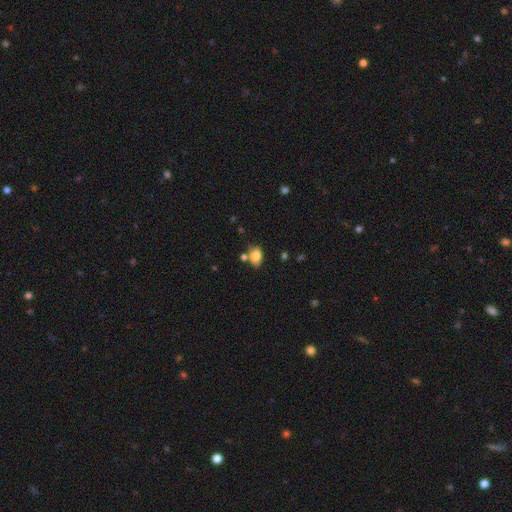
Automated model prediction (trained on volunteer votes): Smooth or featured?
  - smooth: 80% *
  - featured or disk: 10%
  - star or artifact: 10%
How rounded?
  - in between: 77% *
  - round: 21%
  - cigar-shaped: 1%
Merging?
  - none: 60% *
  - minor disturbance: 19%
  - merger: 16%
  - major disturbance: 5%